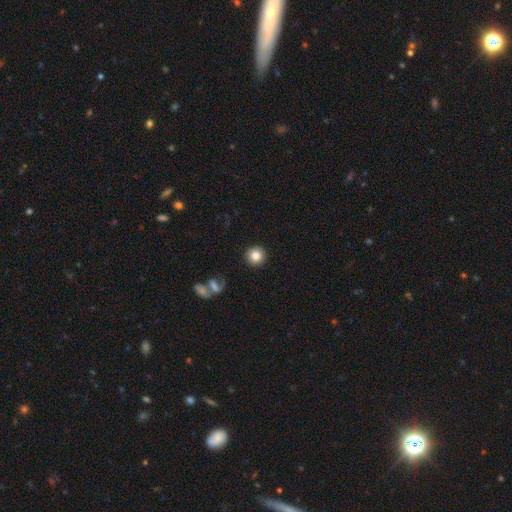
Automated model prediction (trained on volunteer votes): Q: Smooth or featured?
A: smooth (82%); runner-up: star or artifact (10%)
Q: How rounded?
A: round (93%); runner-up: in between (6%)
Q: Merging?
A: none (91%); runner-up: minor disturbance (5%)